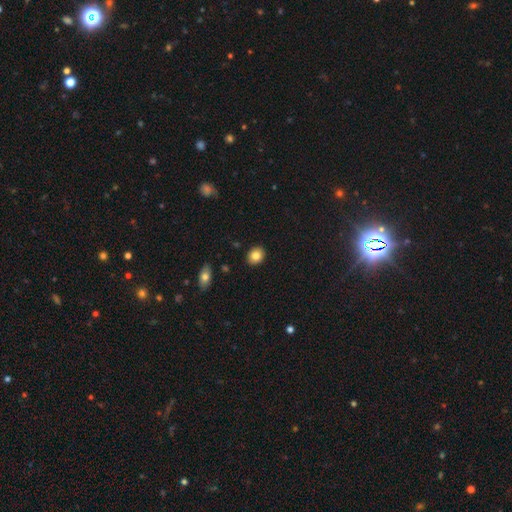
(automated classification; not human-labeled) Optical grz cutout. It shows a smooth galaxy with no disk features (83%) that is round (59%). Merging: none (90%).